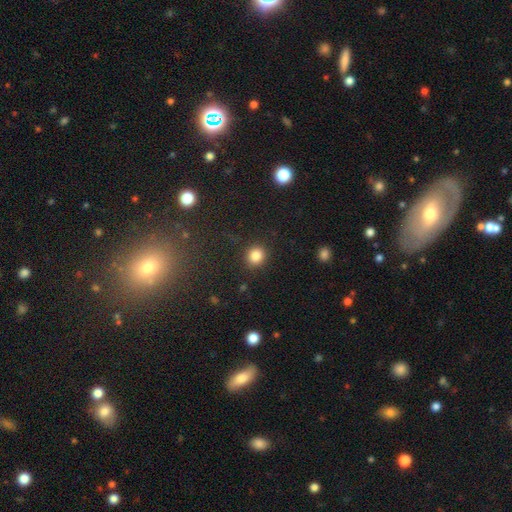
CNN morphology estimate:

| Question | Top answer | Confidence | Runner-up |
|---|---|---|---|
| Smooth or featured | smooth | 84% | star or artifact (11%) |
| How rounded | round | 87% | in between (12%) |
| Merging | none | 89% | minor disturbance (7%) |